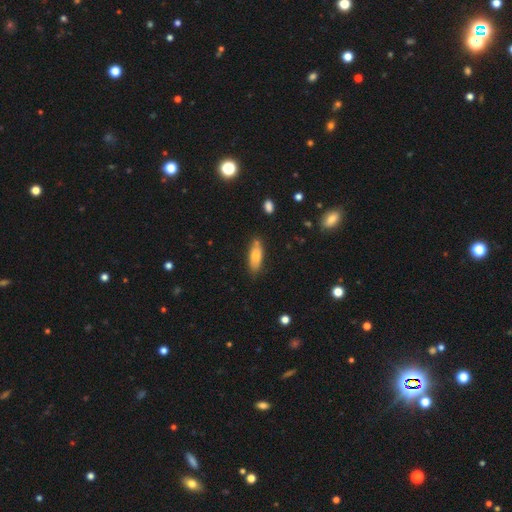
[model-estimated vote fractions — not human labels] smooth_or_featured: smooth (p=0.79) [alt: featured or disk p=0.14]
how_rounded: in between (p=0.64) [alt: cigar-shaped p=0.34]
merging: none (p=0.71) [alt: minor disturbance p=0.21]